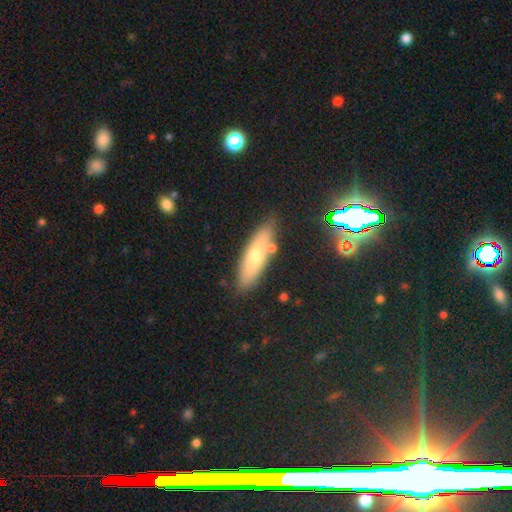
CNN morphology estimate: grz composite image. It shows a smooth galaxy with no disk features (59%) that is cigar-shaped (58%). Merging: none (80%).